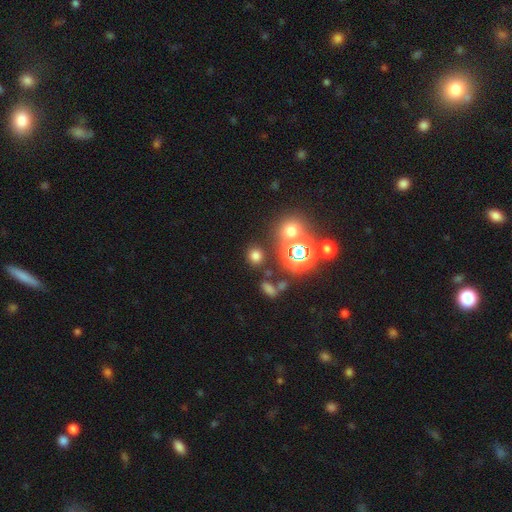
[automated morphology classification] Smooth or featured: smooth — 68% (star or artifact — 25%)
How rounded: round — 81% (in between — 17%)
Merging: none — 79% (merger — 9%)